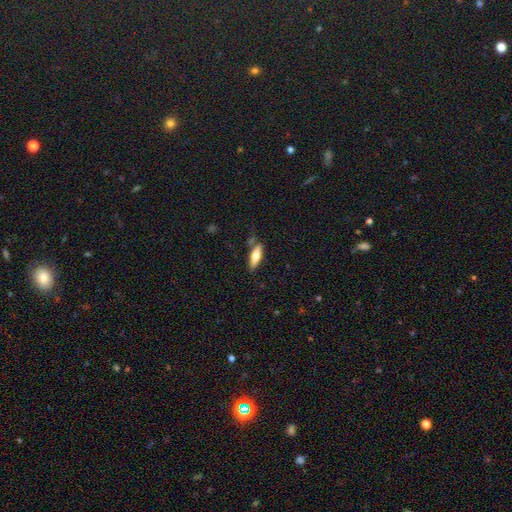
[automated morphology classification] smooth 63%, featured or disk 31%, star or artifact 6%. Down the decision tree: how rounded — cigar-shaped (52%); merging — none (75%).